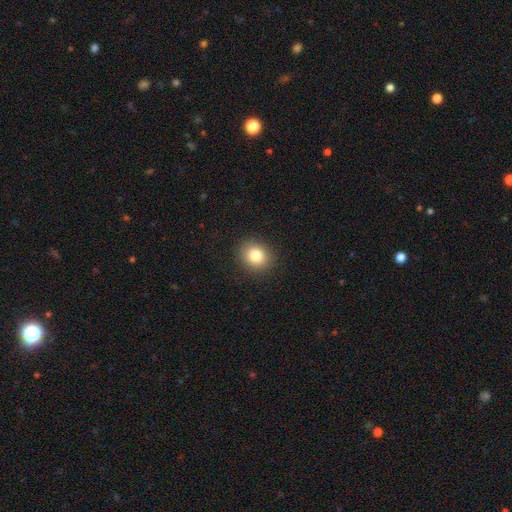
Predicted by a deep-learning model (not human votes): This appears to be a smooth galaxy with no disk features (82%) that is round (72%). Merging: none (90%).